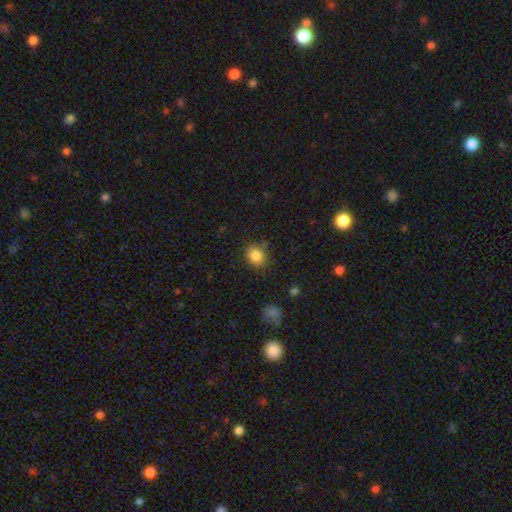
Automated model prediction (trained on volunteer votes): smooth_or_featured: smooth (p=0.85) [alt: star or artifact p=0.10]
how_rounded: round (p=0.61) [alt: in between p=0.38]
merging: none (p=0.80) [alt: minor disturbance p=0.14]